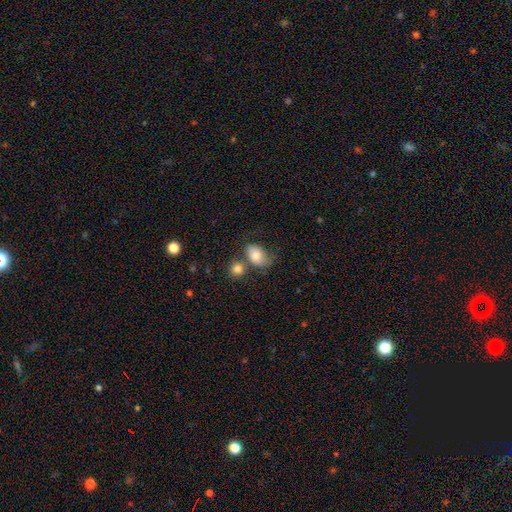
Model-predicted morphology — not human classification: smooth_or_featured: smooth (p=0.77) [alt: featured or disk p=0.14]
how_rounded: in between (p=0.77) [alt: round p=0.22]
merging: none (p=0.41) [alt: merger p=0.29]